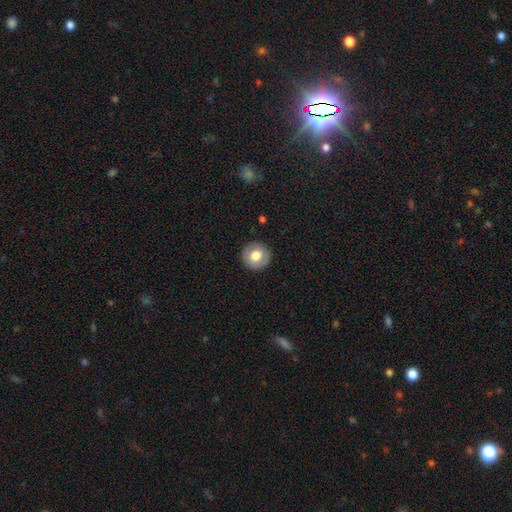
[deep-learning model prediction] This appears to be a smooth galaxy with no disk features (71%) that is round (93%). Merging: none (90%).